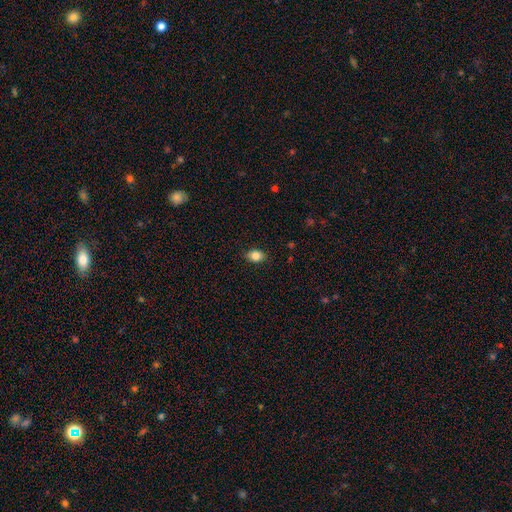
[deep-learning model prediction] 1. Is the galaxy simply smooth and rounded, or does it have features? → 83% smooth, 9% star or artifact, 8% featured or disk.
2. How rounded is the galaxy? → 70% in between, 29% round, 1% cigar-shaped.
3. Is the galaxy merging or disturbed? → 86% none, 11% minor disturbance, 2% major disturbance, 1% merger.